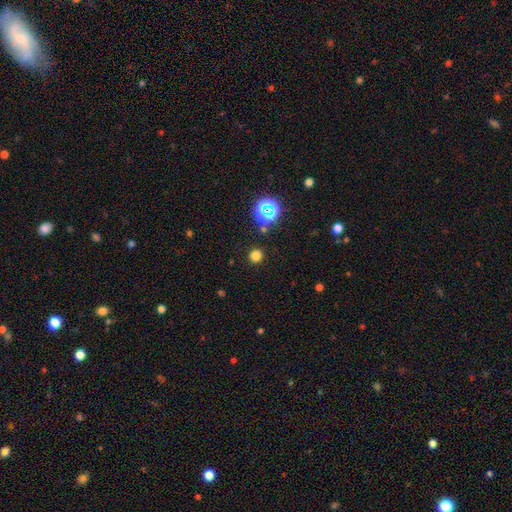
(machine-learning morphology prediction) smooth_or_featured: smooth (p=0.75) [alt: star or artifact p=0.21]
how_rounded: round (p=0.92) [alt: in between p=0.07]
merging: none (p=0.90) [alt: minor disturbance p=0.06]